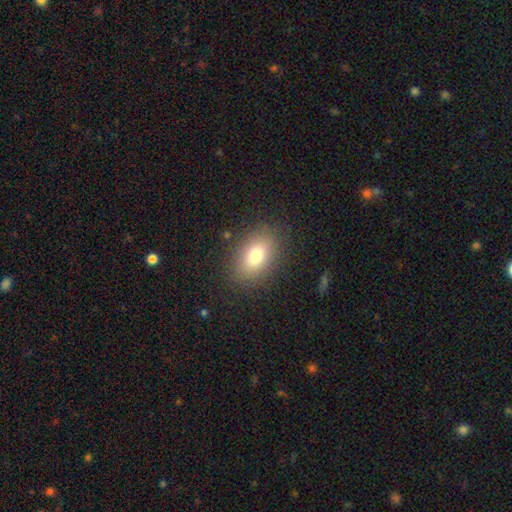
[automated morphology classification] A smooth galaxy with no disk features (77%) that is in between round and cigar-shaped (79%). Merging: none (85%).